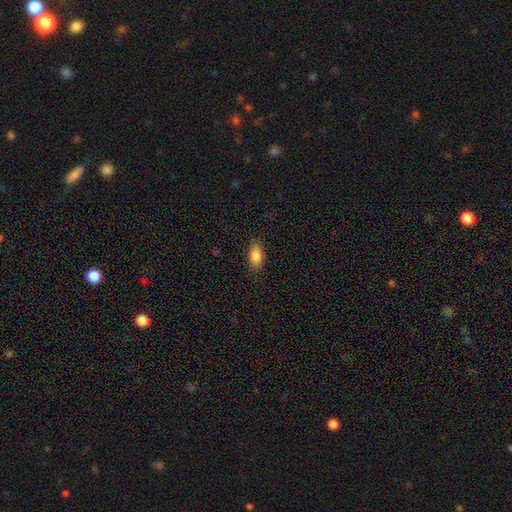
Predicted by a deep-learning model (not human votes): Smooth or featured: smooth — 85% (star or artifact — 8%)
How rounded: in between — 89% (cigar-shaped — 6%)
Merging: none — 86% (minor disturbance — 11%)